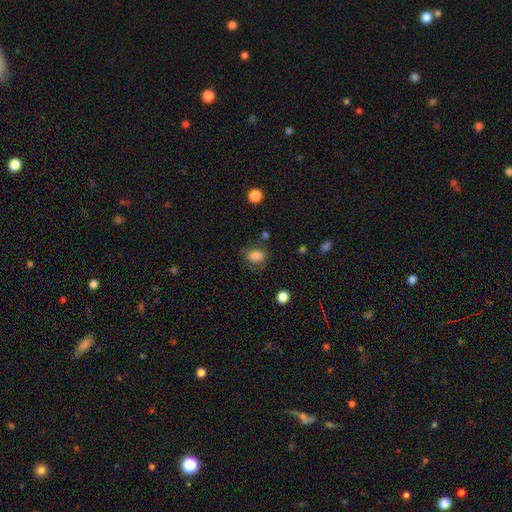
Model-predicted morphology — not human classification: Q: Smooth or featured?
A: smooth (81%); runner-up: star or artifact (10%)
Q: How rounded?
A: in between (65%); runner-up: round (34%)
Q: Merging?
A: none (68%); runner-up: minor disturbance (20%)